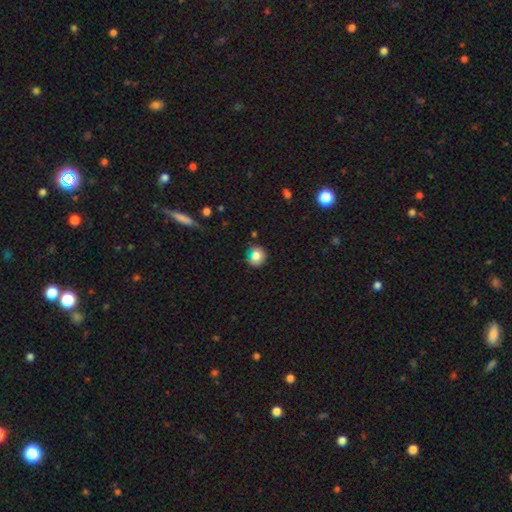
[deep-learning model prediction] A smooth galaxy with no disk features (79%) that is round (81%). Merging: none (67%).